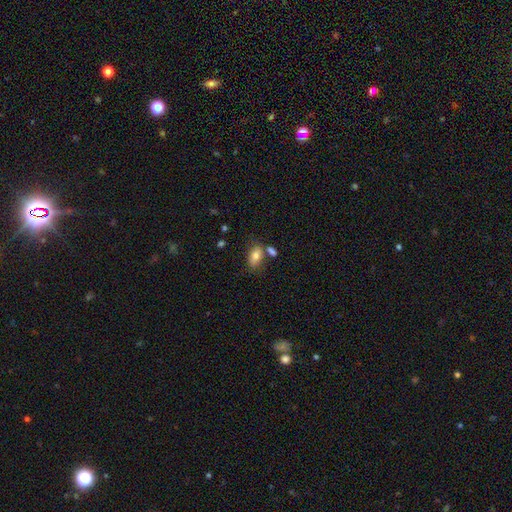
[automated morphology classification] smooth-or-featured: smooth: 78% | featured or disk: 14% | star or artifact: 8%
  how-rounded: in between: 90% | round: 7% | cigar-shaped: 3%
  merging: none: 63% | merger: 17% | minor disturbance: 15% | major disturbance: 5%